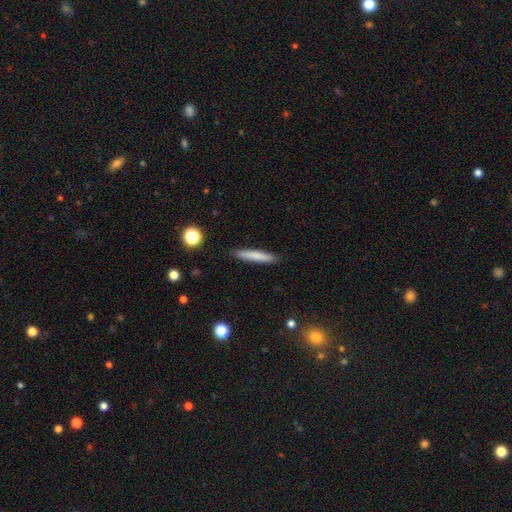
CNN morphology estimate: smooth_or_featured: smooth (p=0.78) [alt: featured or disk p=0.15]
how_rounded: cigar-shaped (p=0.93) [alt: in between p=0.06]
merging: none (p=0.90) [alt: minor disturbance p=0.07]